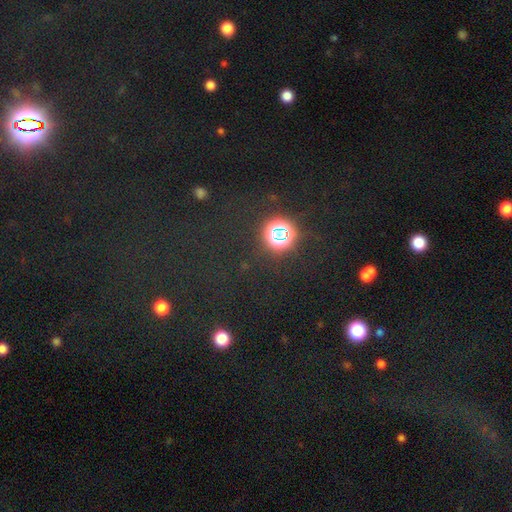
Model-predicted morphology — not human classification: A star or artifact, not a galaxy (60%).